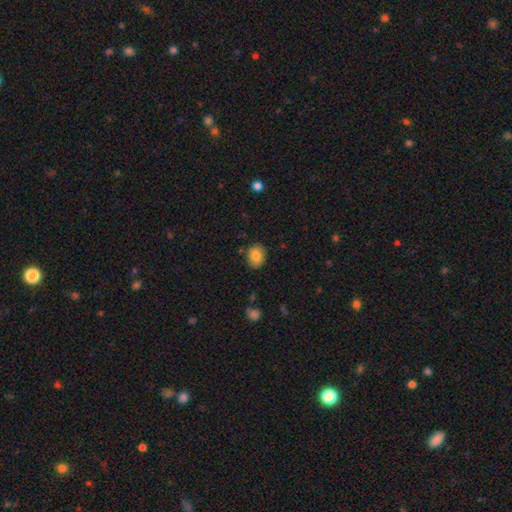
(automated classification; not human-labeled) Overall: smooth (82%). How rounded: round (50%; in between 49%). Merging: none (84%).